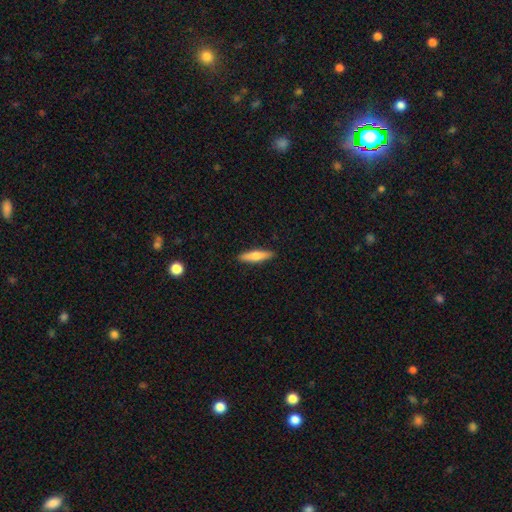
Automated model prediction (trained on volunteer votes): This is likely a smooth galaxy (65%). How rounded: likely cigar-shaped (77%). Merging: clearly none (91%).